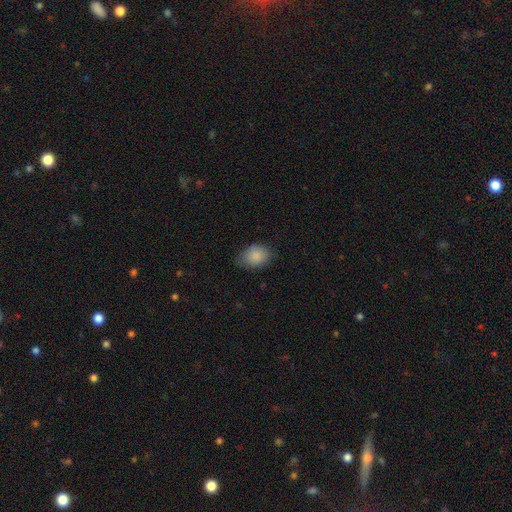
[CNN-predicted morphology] The model was most divided on "merging": none: 66%, minor disturbance: 27%, major disturbance: 6%, merger: 1%. More confident: smooth or featured — smooth (87%); how rounded — in between (69%).